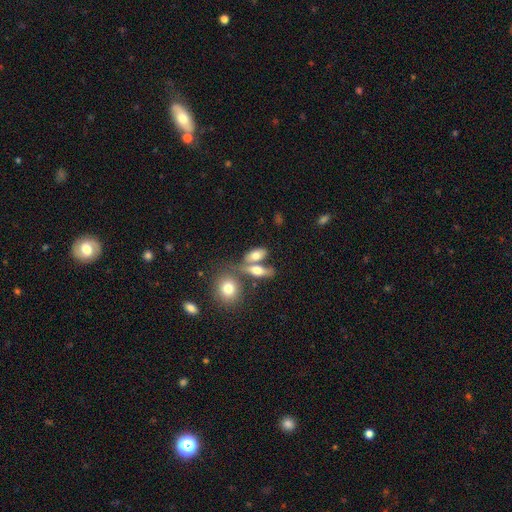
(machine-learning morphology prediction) The model was most divided on "merging": none: 48%, merger: 35%, minor disturbance: 11%, major disturbance: 5%. More confident: how rounded — in between (78%); smooth or featured — smooth (67%).